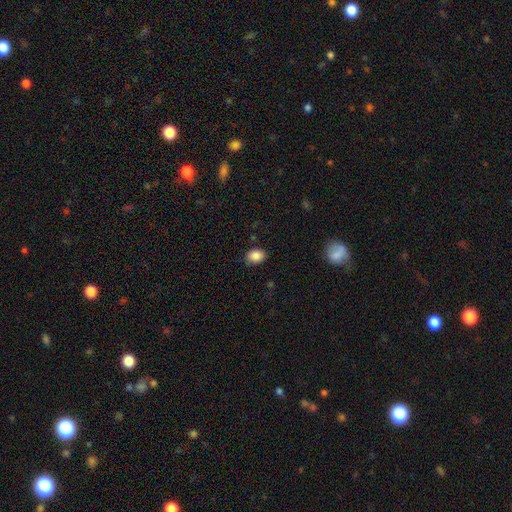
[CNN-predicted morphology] Overall: smooth (87%). How rounded: in between (68%; round 31%). Merging: none (82%).